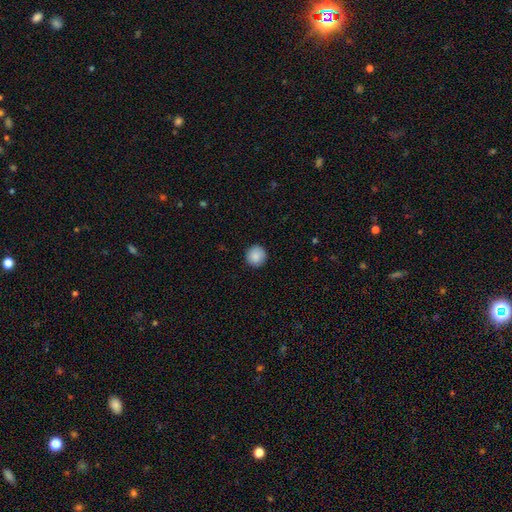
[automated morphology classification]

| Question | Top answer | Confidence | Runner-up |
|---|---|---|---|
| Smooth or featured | smooth | 89% | star or artifact (8%) |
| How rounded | round | 96% | in between (3%) |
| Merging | none | 92% | minor disturbance (6%) |